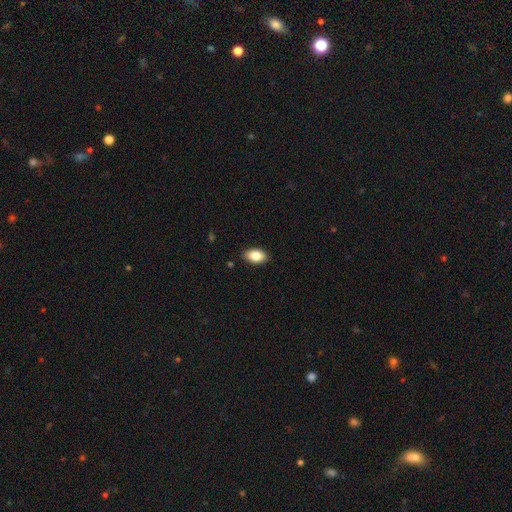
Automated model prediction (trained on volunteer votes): This is clearly a smooth galaxy (83%). How rounded: clearly in between (91%). Merging: clearly none (88%).